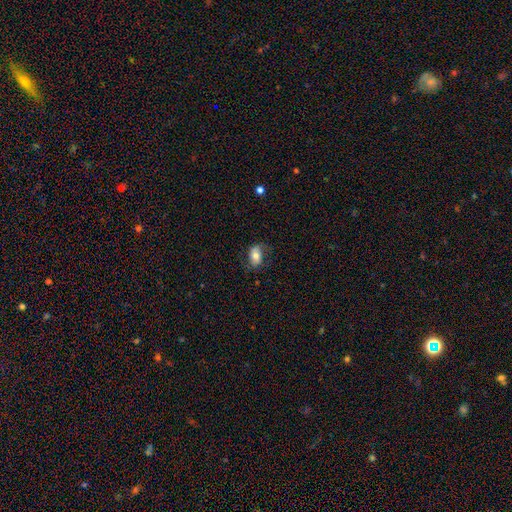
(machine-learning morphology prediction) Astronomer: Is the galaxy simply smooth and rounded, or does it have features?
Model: smooth — 63%.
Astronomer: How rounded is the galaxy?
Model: in between — 86%.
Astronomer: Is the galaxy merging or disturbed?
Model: none — 67%.